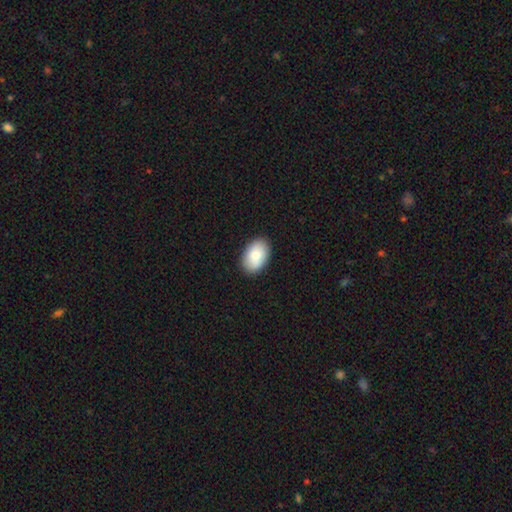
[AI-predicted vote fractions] The model was most divided on "smooth or featured": smooth: 86%, featured or disk: 8%, star or artifact: 6%. More confident: how rounded — in between (91%); merging — none (88%).